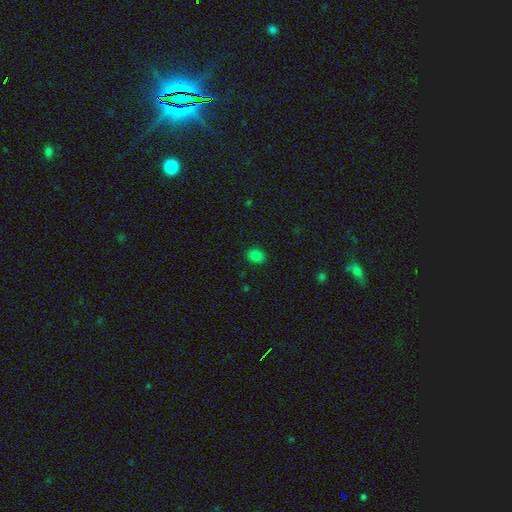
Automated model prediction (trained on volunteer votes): Smooth or featured: smooth — 82% (star or artifact — 14%)
How rounded: in between — 52% (round — 47%)
Merging: none — 88% (minor disturbance — 9%)